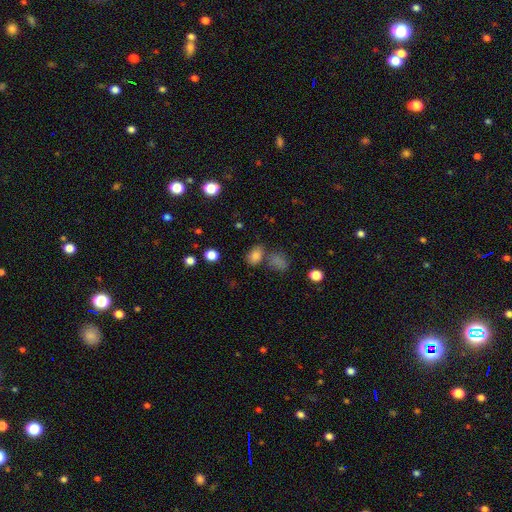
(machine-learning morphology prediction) smooth-or-featured: smooth: 80% | star or artifact: 13% | featured or disk: 6%
  how-rounded: in between: 75% | round: 24% | cigar-shaped: 2%
  merging: none: 60% | merger: 19% | minor disturbance: 15% | major disturbance: 6%